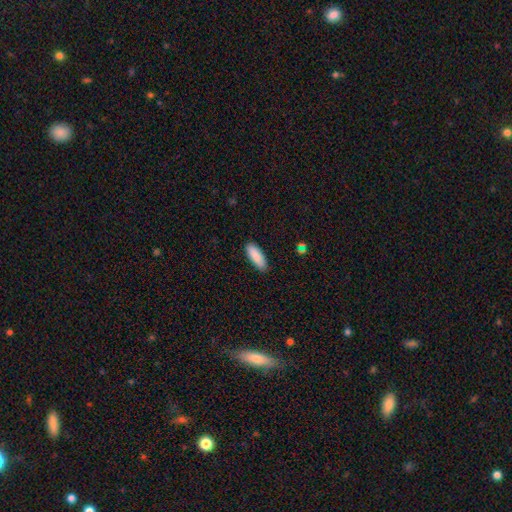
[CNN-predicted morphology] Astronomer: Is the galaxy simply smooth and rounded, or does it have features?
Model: smooth — 89%.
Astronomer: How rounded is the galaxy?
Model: in between — 71%.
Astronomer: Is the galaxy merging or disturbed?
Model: none — 87%.